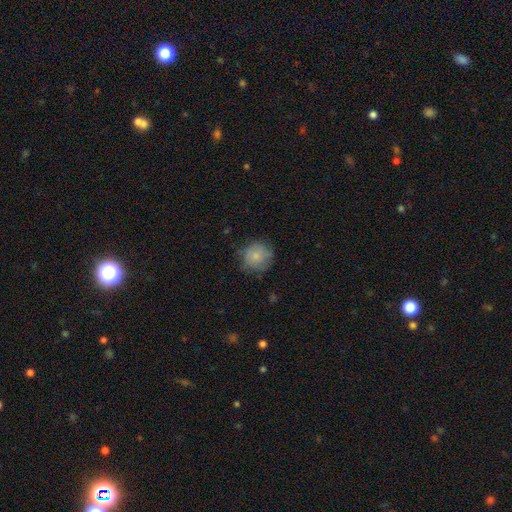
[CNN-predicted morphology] A smooth galaxy with no disk features (79%) that is round (90%). Merging: none (72%).